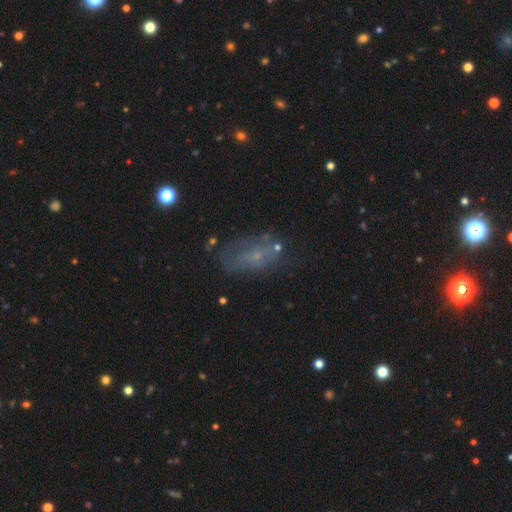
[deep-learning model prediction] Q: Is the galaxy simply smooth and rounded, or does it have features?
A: smooth — 44%.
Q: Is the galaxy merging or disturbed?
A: none — 55%.